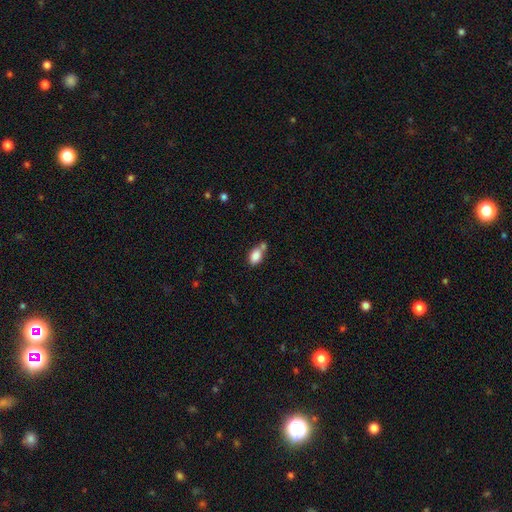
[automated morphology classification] This is clearly a smooth galaxy (84%). How rounded: clearly in between (84%). Merging: possibly none (45%).